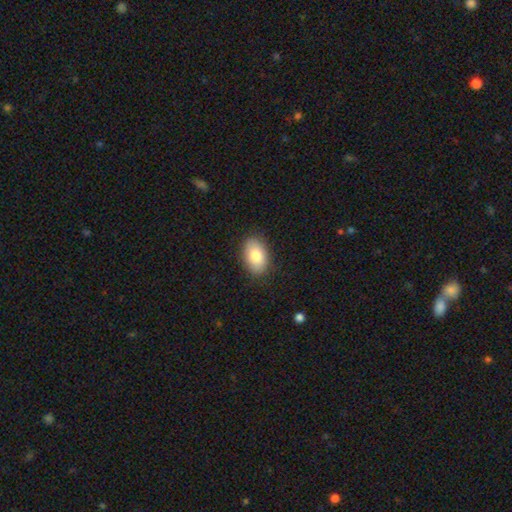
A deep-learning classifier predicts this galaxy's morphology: A smooth galaxy with no disk features (83%) that is in between round and cigar-shaped (90%).

Vote fractions:
- Smooth or featured? smooth: 83% / featured or disk: 10% / star or artifact: 7%
- How rounded? in between: 90% / round: 8% / cigar-shaped: 1%
- Merging? none: 86% / minor disturbance: 11% / major disturbance: 2% / merger: 1%